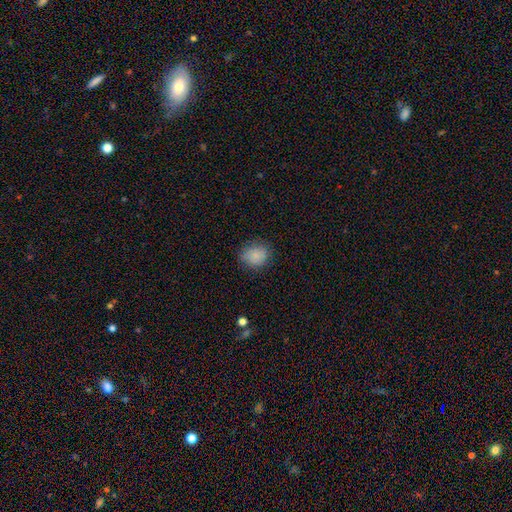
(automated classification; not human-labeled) Morphology: type=smooth (84%); roundness=round (67%); merging=none (78%).